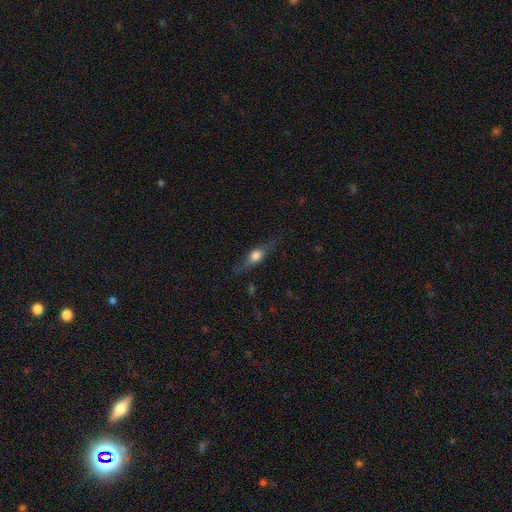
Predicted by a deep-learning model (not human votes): Morphology: type=smooth (47%); merging=none (74%).